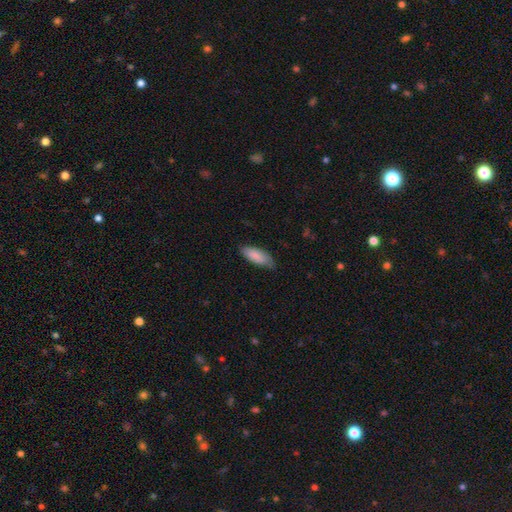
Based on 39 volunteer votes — A smooth galaxy with no disk features (77%) that is in between round and cigar-shaped (73%). Merging: none (64%).